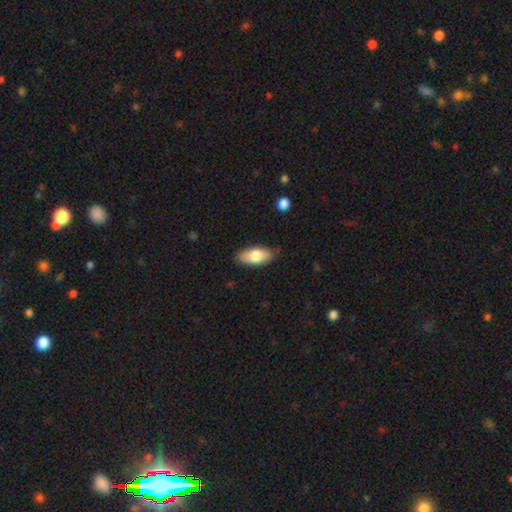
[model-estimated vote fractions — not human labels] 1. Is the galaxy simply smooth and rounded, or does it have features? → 77% smooth, 17% featured or disk, 6% star or artifact.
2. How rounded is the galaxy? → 87% in between, 11% cigar-shaped, 3% round.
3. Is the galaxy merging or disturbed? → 85% none, 12% minor disturbance, 2% major disturbance, 1% merger.